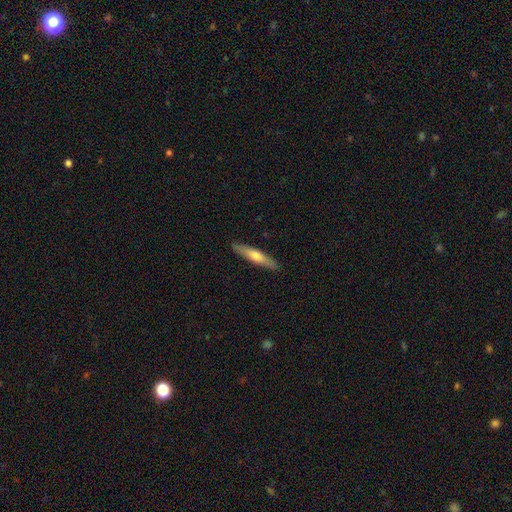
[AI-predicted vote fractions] Overall: smooth (55%; featured or disk 40%). How rounded: cigar-shaped (88%). Merging: none (90%).